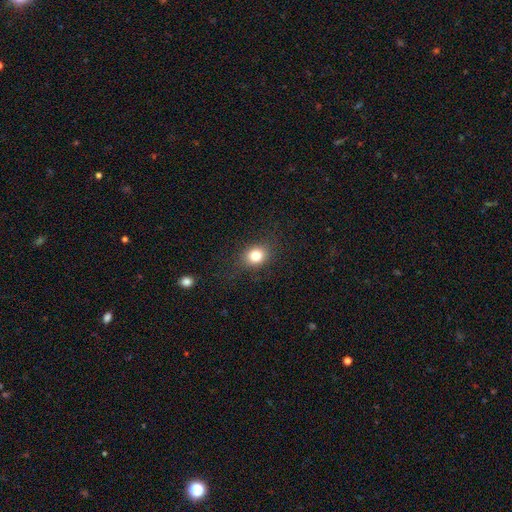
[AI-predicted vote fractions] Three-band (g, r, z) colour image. It shows a smooth galaxy with no disk features (80%) that is round (60%). Merging: none (83%).